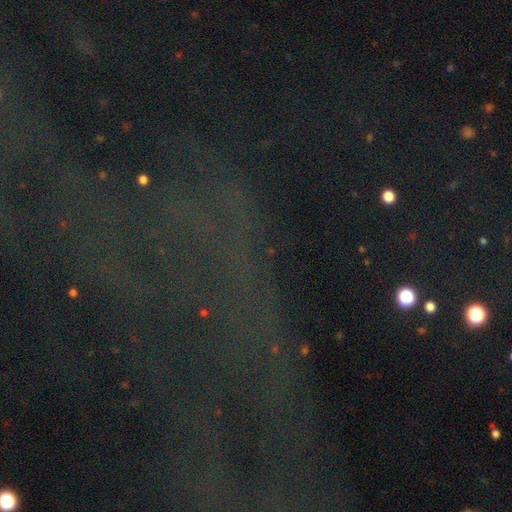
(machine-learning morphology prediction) The model was most divided on "smooth or featured": star or artifact: 81%, smooth: 9%, featured or disk: 9%.